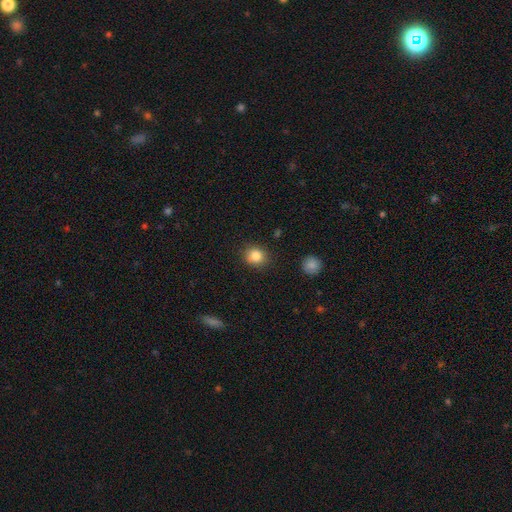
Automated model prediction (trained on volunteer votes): A smooth galaxy with no disk features (84%) that is round (76%). Merging: none (86%).